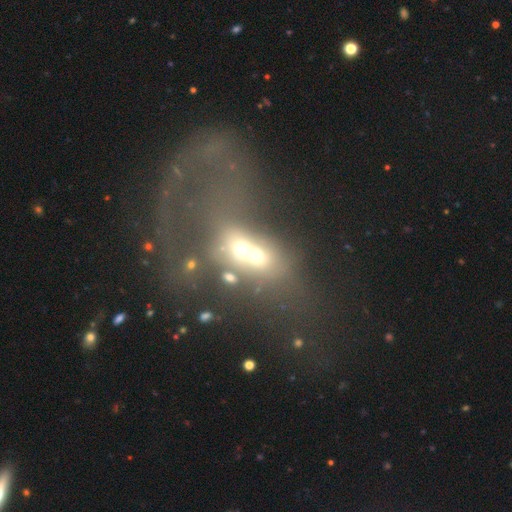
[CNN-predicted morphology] Smooth or featured: smooth — 54% (featured or disk — 24%)
How rounded: in between — 50% (round — 47%)
Merging: merger — 67% (none — 19%)